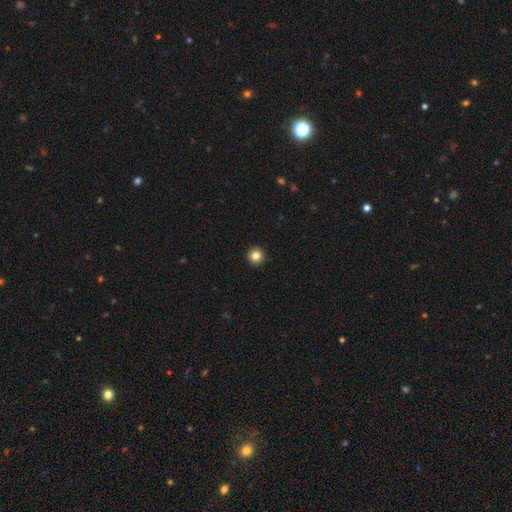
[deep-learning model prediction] smooth-or-featured: smooth: 84% | star or artifact: 11% | featured or disk: 5%
  how-rounded: round: 96% | in between: 3% | cigar-shaped: 1%
  merging: none: 94% | minor disturbance: 4% | major disturbance: 1% | merger: 1%